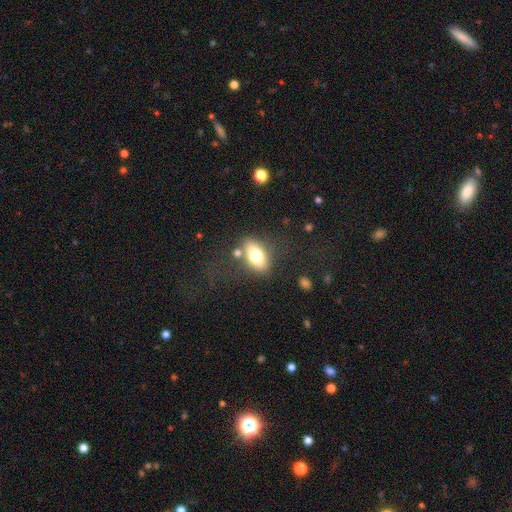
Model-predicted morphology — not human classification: Smooth or featured: smooth — 71% (featured or disk — 21%)
How rounded: in between — 86% (round — 9%)
Merging: none — 69% (minor disturbance — 15%)